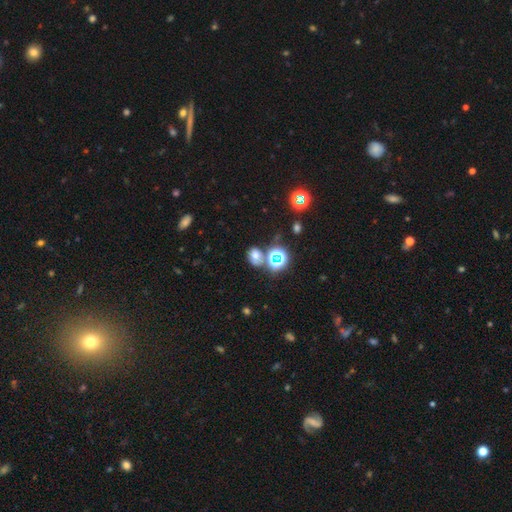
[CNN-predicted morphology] This appears to be a smooth galaxy with no disk features (58%) that is round (49%, tied with in between). Merging: none (60%).